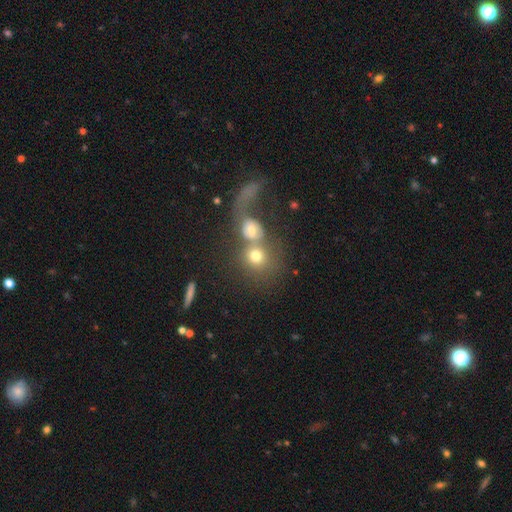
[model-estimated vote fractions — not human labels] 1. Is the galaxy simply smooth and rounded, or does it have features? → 67% smooth, 21% featured or disk, 12% star or artifact.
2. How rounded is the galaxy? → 76% round, 22% in between, 2% cigar-shaped.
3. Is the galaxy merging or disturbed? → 56% merger, 25% none, 12% major disturbance, 7% minor disturbance.